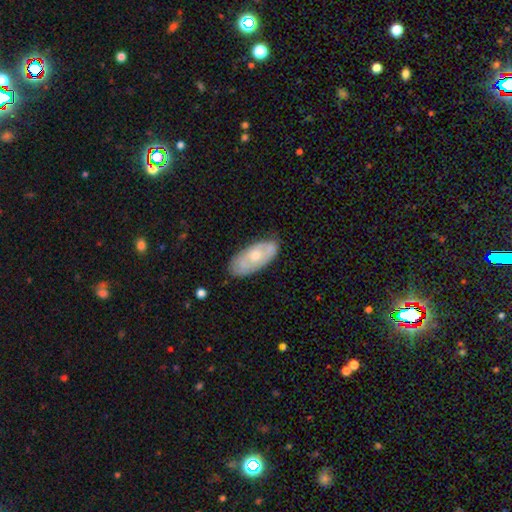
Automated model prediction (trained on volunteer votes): smooth 51%, featured or disk 43%, star or artifact 6%. Down the decision tree: how rounded — in between (88%); merging — none (76%).